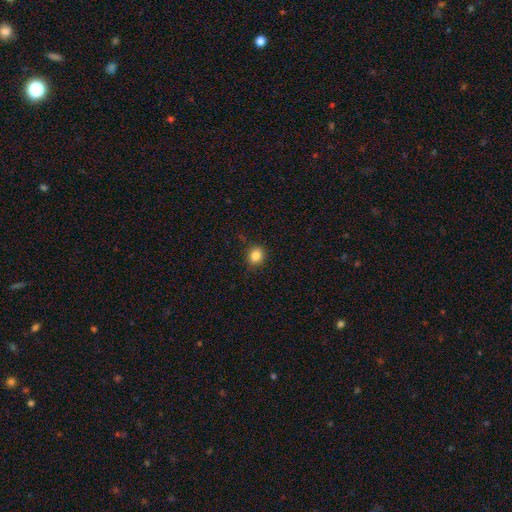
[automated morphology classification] smooth-or-featured: smooth: 85% | star or artifact: 11% | featured or disk: 4%
  how-rounded: round: 68% | in between: 31% | cigar-shaped: 1%
  merging: none: 88% | minor disturbance: 9% | major disturbance: 2% | merger: 1%